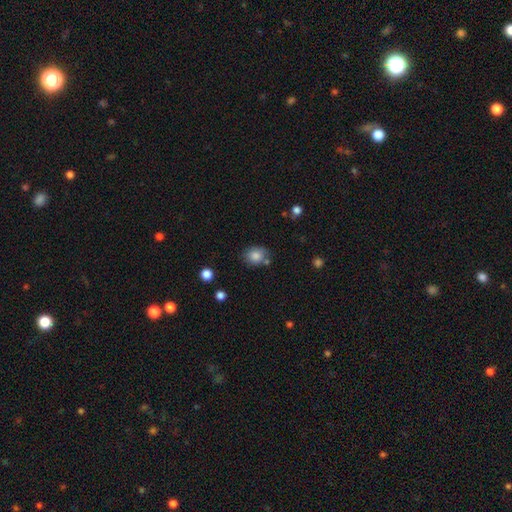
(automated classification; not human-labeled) This is clearly a smooth galaxy (83%). How rounded: possibly round (56%). Merging: likely none (70%).